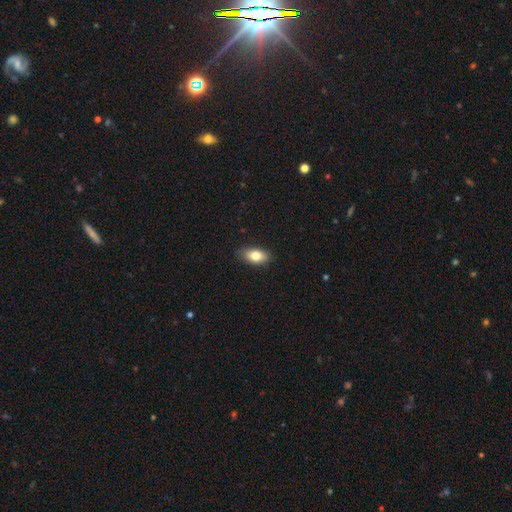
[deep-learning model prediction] Smooth or featured? smooth (81%)
How rounded? in between (89%)
Merging? none (85%)